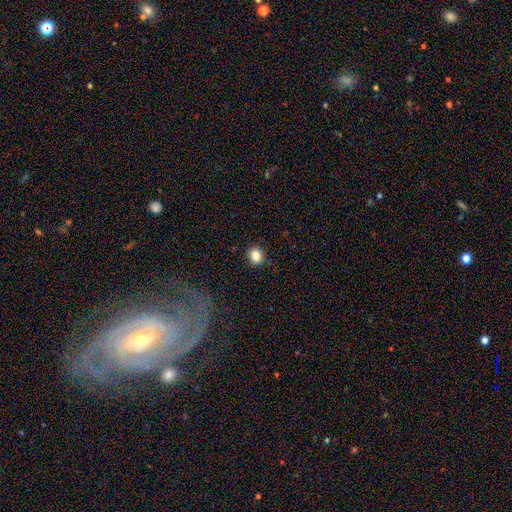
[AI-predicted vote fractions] Smooth or featured?
  - smooth: 83% *
  - star or artifact: 10%
  - featured or disk: 6%
How rounded?
  - round: 71% *
  - in between: 28%
  - cigar-shaped: 1%
Merging?
  - none: 87% *
  - minor disturbance: 9%
  - major disturbance: 2%
  - merger: 1%